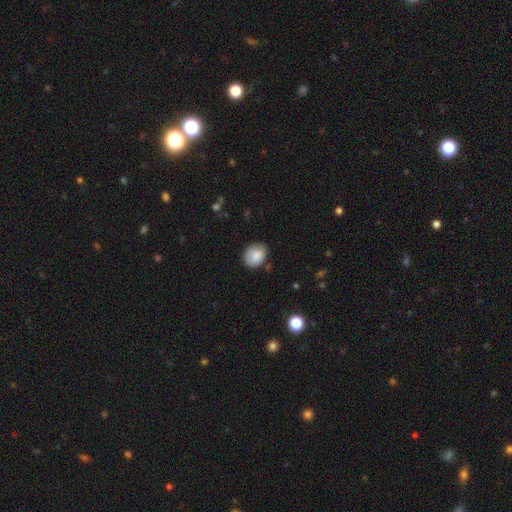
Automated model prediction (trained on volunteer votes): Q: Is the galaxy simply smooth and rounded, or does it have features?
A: smooth — 86%.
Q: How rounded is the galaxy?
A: in between — 50%.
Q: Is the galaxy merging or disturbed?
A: none — 75%.